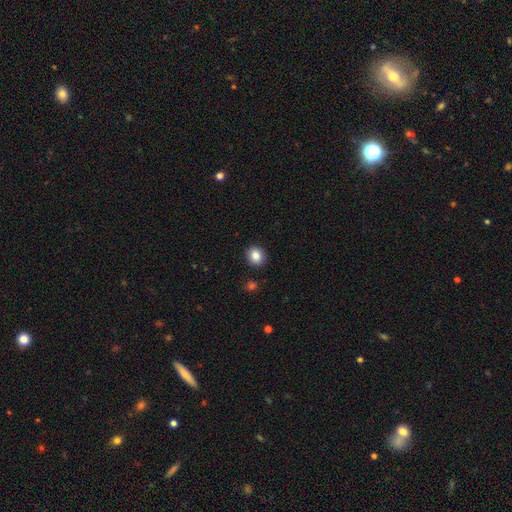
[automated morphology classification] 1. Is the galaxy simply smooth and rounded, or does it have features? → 86% smooth, 9% star or artifact, 4% featured or disk.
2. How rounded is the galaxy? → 76% round, 24% in between, 1% cigar-shaped.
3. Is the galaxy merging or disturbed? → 91% none, 6% minor disturbance, 2% major disturbance, 1% merger.